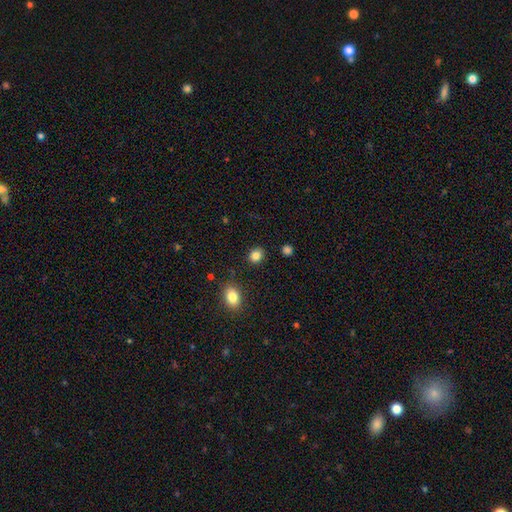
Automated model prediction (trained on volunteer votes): A smooth galaxy with no disk features (85%) that is round (66%).

Vote fractions:
- Smooth or featured? smooth: 85% / star or artifact: 11% / featured or disk: 5%
- How rounded? round: 66% / in between: 33% / cigar-shaped: 1%
- Merging? none: 88% / minor disturbance: 8% / major disturbance: 2% / merger: 2%